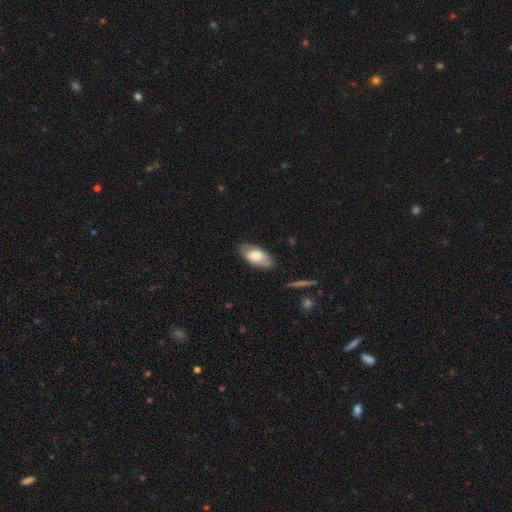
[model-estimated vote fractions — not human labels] Smooth or featured: smooth — 65% (featured or disk — 29%)
How rounded: in between — 93% (cigar-shaped — 4%)
Merging: none — 79% (minor disturbance — 16%)